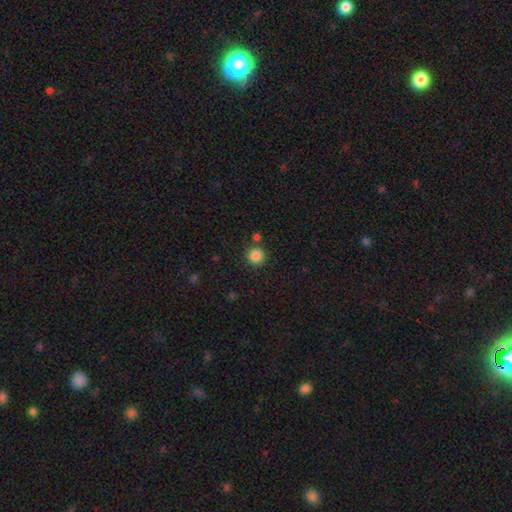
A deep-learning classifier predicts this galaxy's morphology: type=smooth (85%); roundness=round (94%); merging=none (82%).